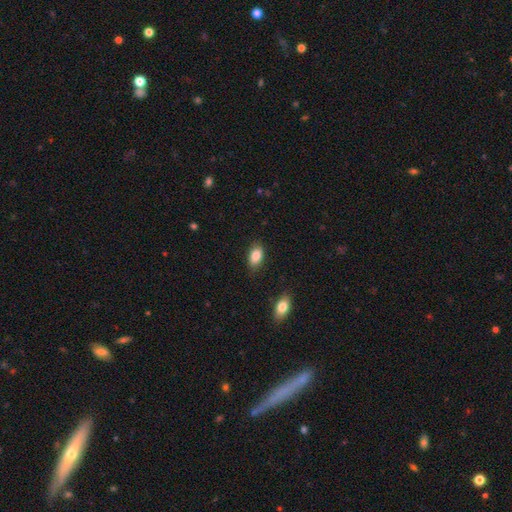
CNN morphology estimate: type=smooth (87%); roundness=in between (90%); merging=none (82%).